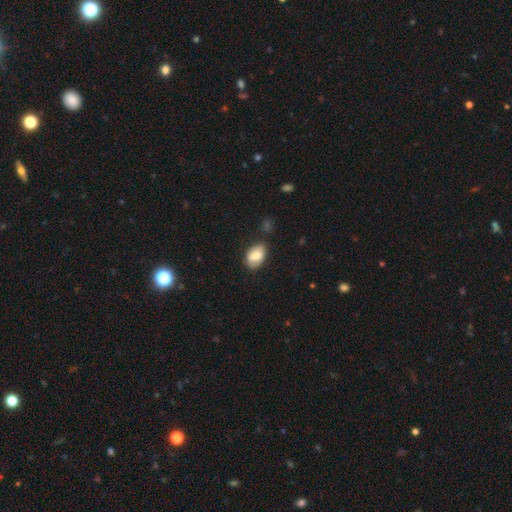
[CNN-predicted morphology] This appears to be a smooth galaxy with no disk features (74%) that is in between round and cigar-shaped (89%). Merging: none (67%).